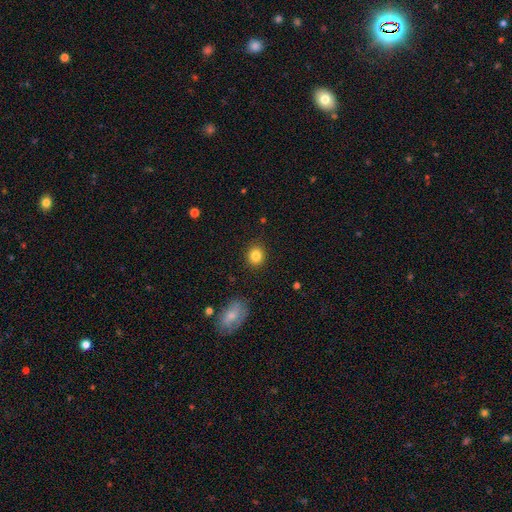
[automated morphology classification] smooth-or-featured: smooth: 84% | star or artifact: 10% | featured or disk: 6%
  how-rounded: round: 77% | in between: 22% | cigar-shaped: 1%
  merging: none: 89% | minor disturbance: 8% | major disturbance: 2% | merger: 1%